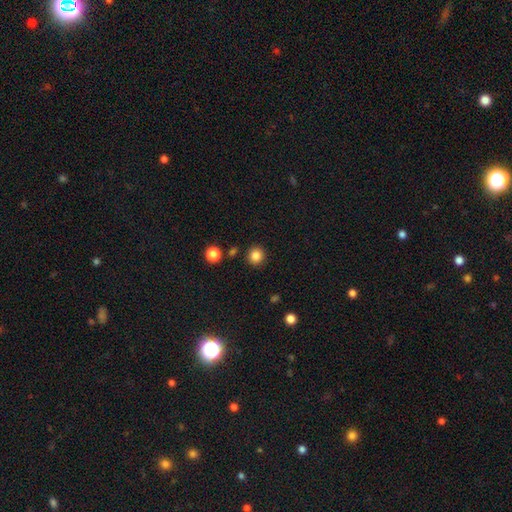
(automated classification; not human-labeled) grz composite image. It shows a smooth galaxy with no disk features (85%) that is round (93%). Merging: none (89%).